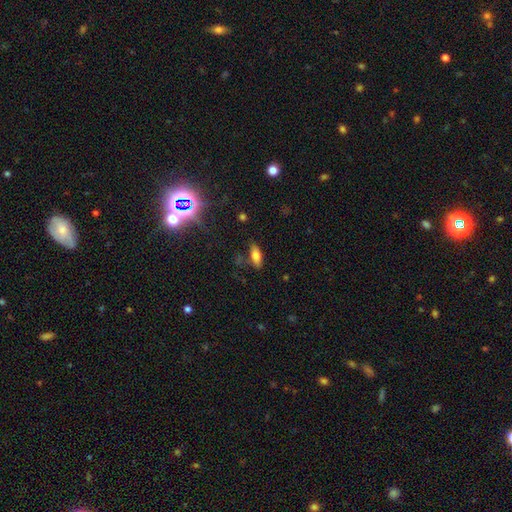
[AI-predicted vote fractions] Smooth or featured?
  - smooth: 74% *
  - featured or disk: 14%
  - star or artifact: 12%
How rounded?
  - in between: 80% *
  - cigar-shaped: 16%
  - round: 3%
Merging?
  - none: 74% *
  - minor disturbance: 16%
  - major disturbance: 5%
  - merger: 5%